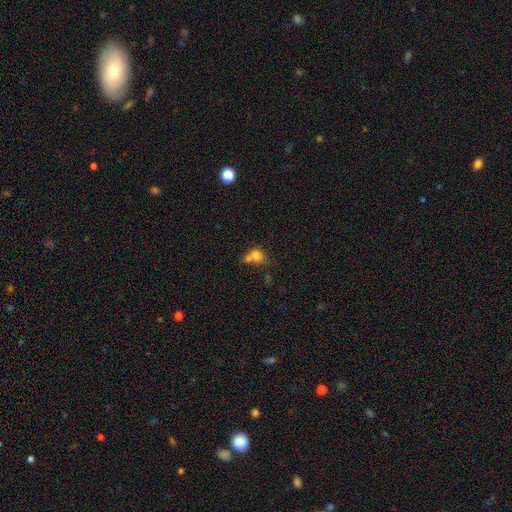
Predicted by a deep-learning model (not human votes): This is likely a smooth galaxy (77%). How rounded: likely round (65%). Merging: marginally merger (43%).